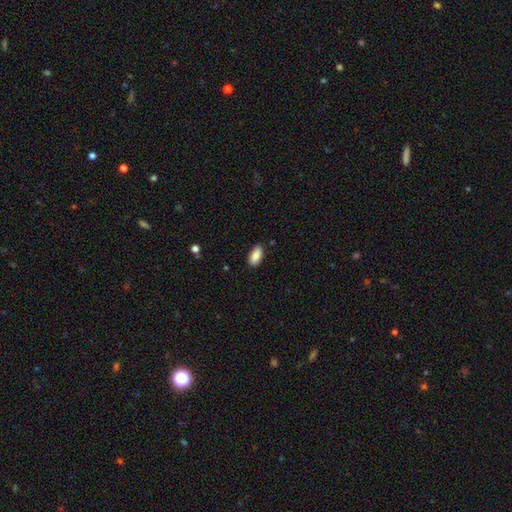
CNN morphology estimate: Q: Smooth or featured?
A: smooth (89%); runner-up: star or artifact (7%)
Q: How rounded?
A: in between (90%); runner-up: cigar-shaped (7%)
Q: Merging?
A: none (86%); runner-up: minor disturbance (11%)